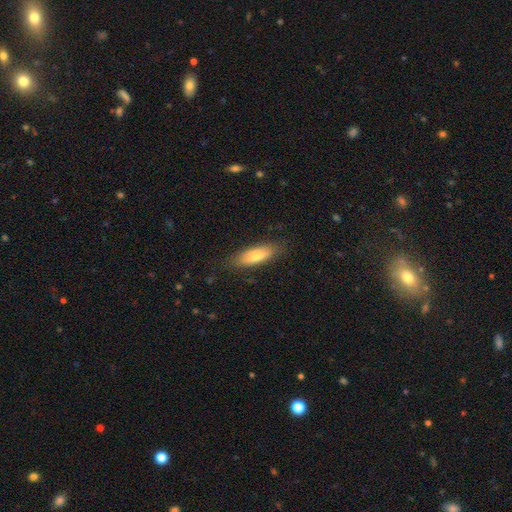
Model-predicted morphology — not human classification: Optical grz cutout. It shows a smooth galaxy with no disk features (72%) that is in between round and cigar-shaped (51%). Merging: none (82%).